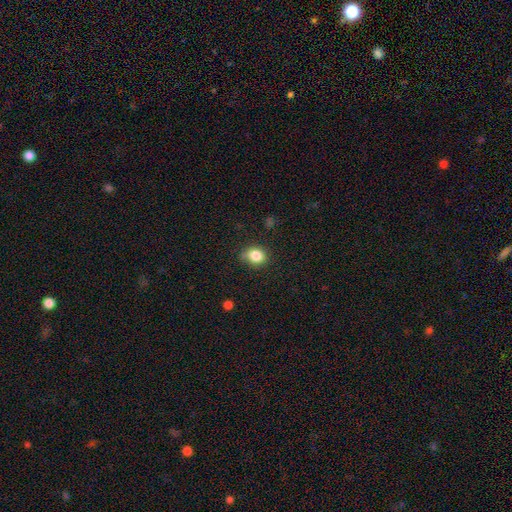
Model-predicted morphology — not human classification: A smooth galaxy with no disk features (84%) that is round (53%).

Vote fractions:
- Smooth or featured? smooth: 84% / star or artifact: 10% / featured or disk: 6%
- How rounded? round: 53% / in between: 46% / cigar-shaped: 1%
- Merging? none: 72% / minor disturbance: 22% / major disturbance: 5% / merger: 2%